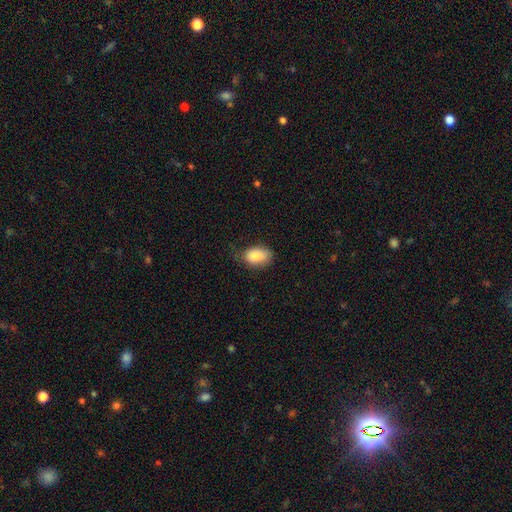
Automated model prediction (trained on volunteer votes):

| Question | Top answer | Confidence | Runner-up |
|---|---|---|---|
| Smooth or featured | smooth | 86% | star or artifact (7%) |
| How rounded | in between | 88% | round (11%) |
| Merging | none | 61% | minor disturbance (30%) |